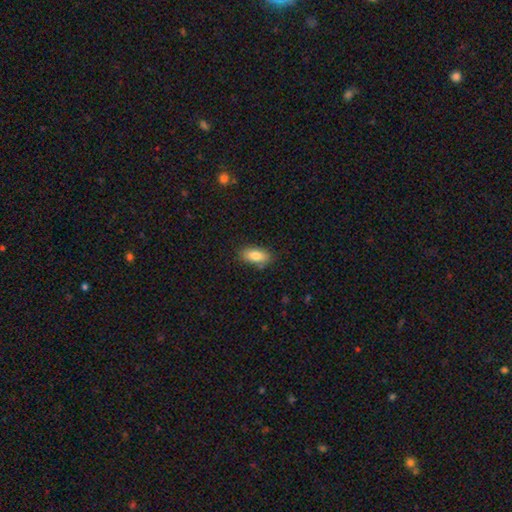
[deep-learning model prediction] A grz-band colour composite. It shows a smooth galaxy with no disk features (82%) that is in between round and cigar-shaped (89%). Merging: none (82%).